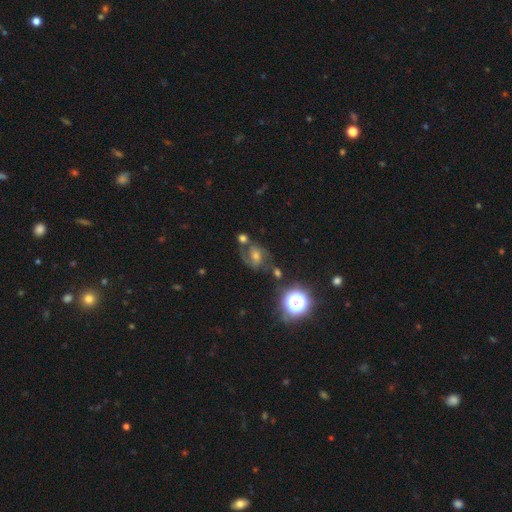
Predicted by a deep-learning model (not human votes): Smooth or featured? featured or disk (56%)
Edge-on disk? no (97%)
Bar? no (48%)
Spiral arms? yes (85%)
Bulge size? moderate (55%)
Merging? none (55%)